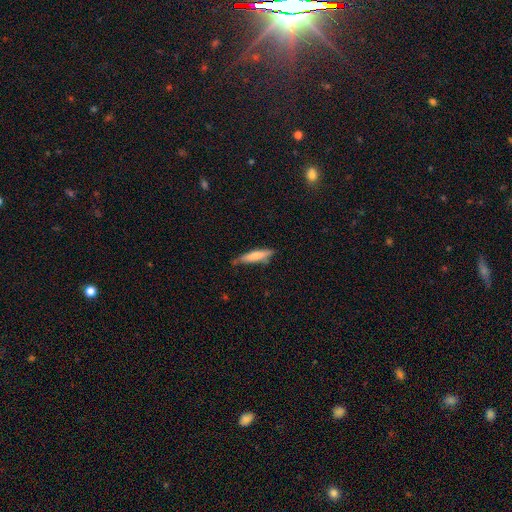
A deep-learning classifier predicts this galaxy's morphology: smooth_or_featured: smooth (p=0.70) [alt: featured or disk p=0.25]
how_rounded: cigar-shaped (p=0.84) [alt: in between p=0.14]
merging: none (p=0.71) [alt: minor disturbance p=0.22]